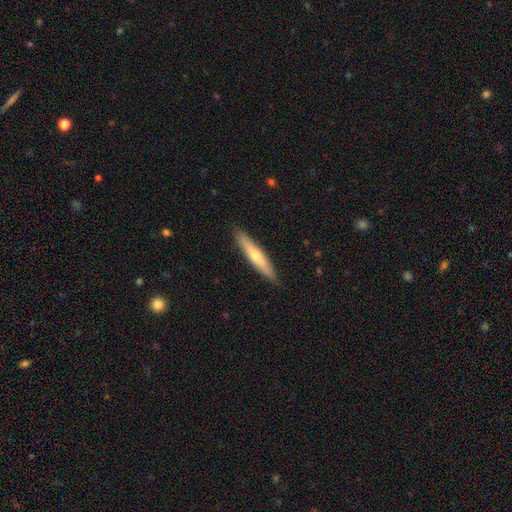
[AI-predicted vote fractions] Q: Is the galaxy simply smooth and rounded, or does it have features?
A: smooth — 51%.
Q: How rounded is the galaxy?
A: cigar-shaped — 91%.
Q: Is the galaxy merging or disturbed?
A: none — 89%.